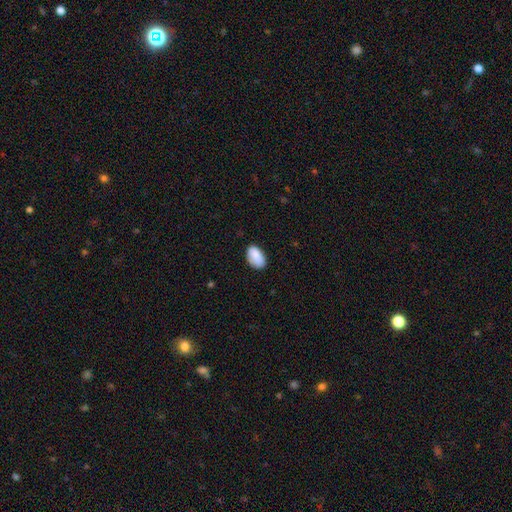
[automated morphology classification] smooth_or_featured: smooth (p=0.86) [alt: featured or disk p=0.07]
how_rounded: in between (p=0.93) [alt: round p=0.06]
merging: none (p=0.80) [alt: minor disturbance p=0.16]